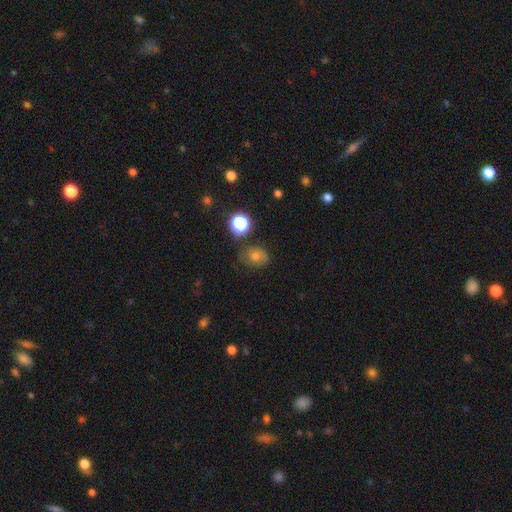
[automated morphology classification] Q: Smooth or featured?
A: smooth (55%); runner-up: featured or disk (23%)
Q: How rounded?
A: round (56%); runner-up: in between (43%)
Q: Merging?
A: none (69%); runner-up: minor disturbance (20%)